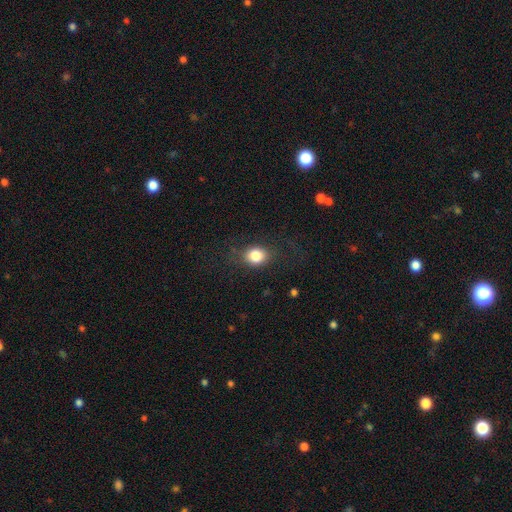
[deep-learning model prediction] Q: Smooth or featured?
A: smooth (82%); runner-up: star or artifact (10%)
Q: How rounded?
A: round (54%); runner-up: in between (45%)
Q: Merging?
A: none (75%); runner-up: minor disturbance (16%)